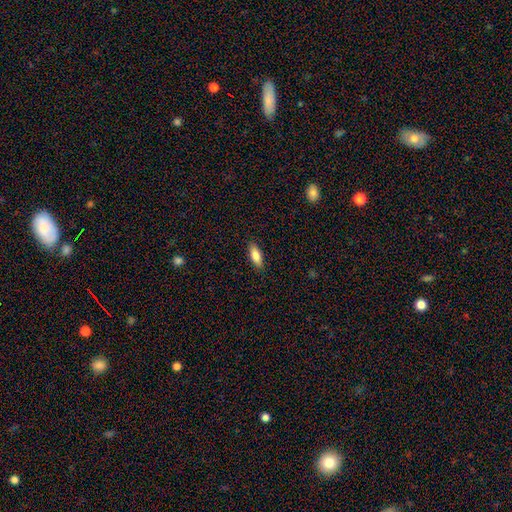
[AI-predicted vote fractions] smooth 83%, featured or disk 11%, star or artifact 6%. Down the decision tree: how rounded — in between (71%); merging — none (88%).